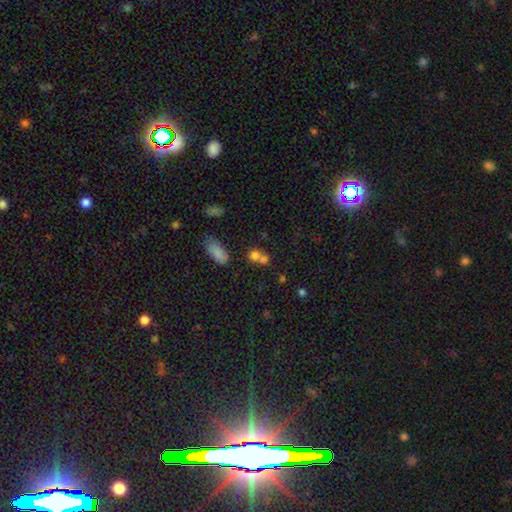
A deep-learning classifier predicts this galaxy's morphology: smooth 72%, featured or disk 15%, star or artifact 14%. Down the decision tree: how rounded — round (68%); merging — merger (57%).